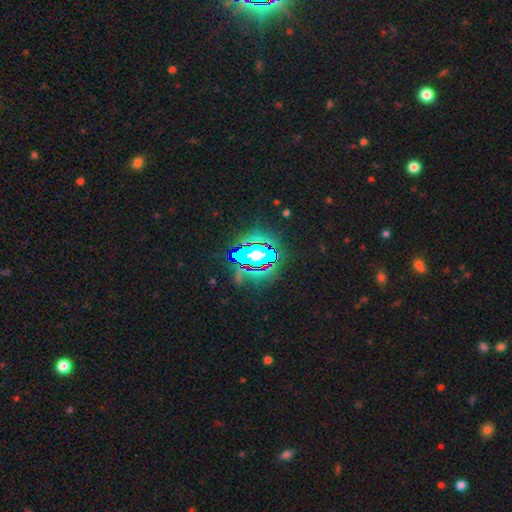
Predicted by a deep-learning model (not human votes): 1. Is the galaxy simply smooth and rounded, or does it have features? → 59% star or artifact, 21% smooth, 20% featured or disk.